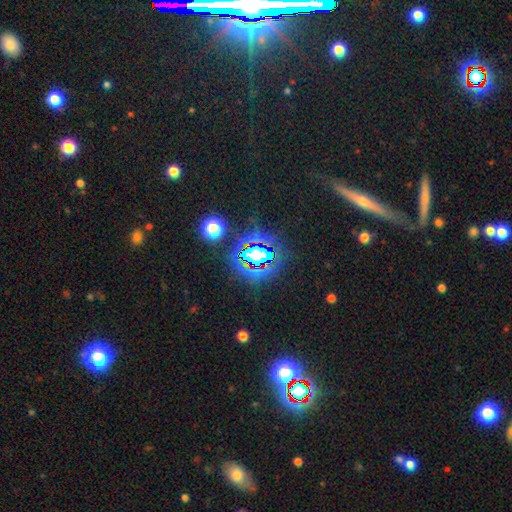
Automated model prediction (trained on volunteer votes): Smooth or featured?
  - star or artifact: 72% *
  - smooth: 14%
  - featured or disk: 13%